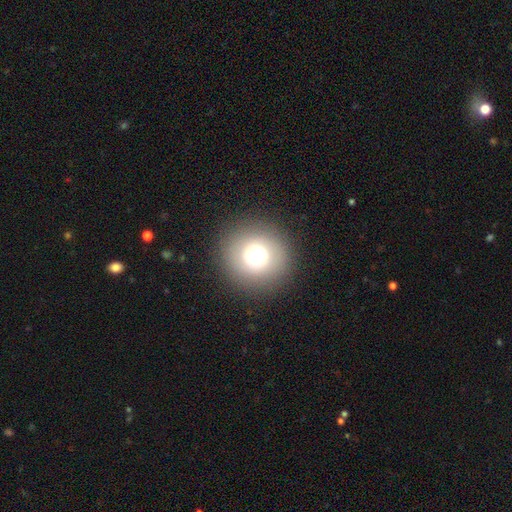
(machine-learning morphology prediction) Smooth or featured: smooth — 69% (featured or disk — 18%)
How rounded: round — 95% (in between — 4%)
Merging: none — 89% (minor disturbance — 6%)